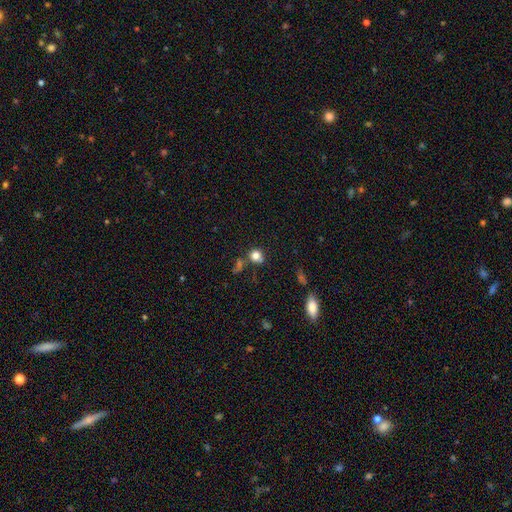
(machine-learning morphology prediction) smooth 78%, star or artifact 14%, featured or disk 8%. Down the decision tree: how rounded — round (82%); merging — none (61%).